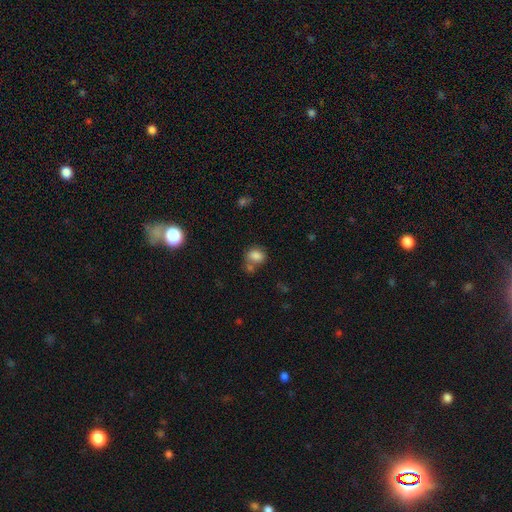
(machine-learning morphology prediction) This appears to be a smooth galaxy with no disk features (80%) that is in between round and cigar-shaped (58%). Merging: none (45%).